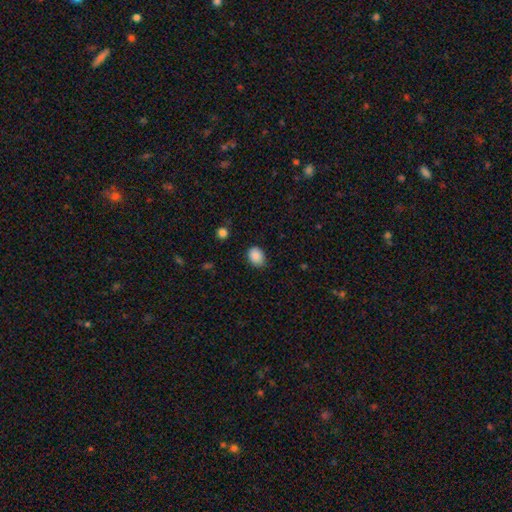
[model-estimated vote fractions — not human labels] Smooth or featured: smooth — 88% (star or artifact — 8%)
How rounded: in between — 67% (round — 32%)
Merging: none — 79% (minor disturbance — 17%)